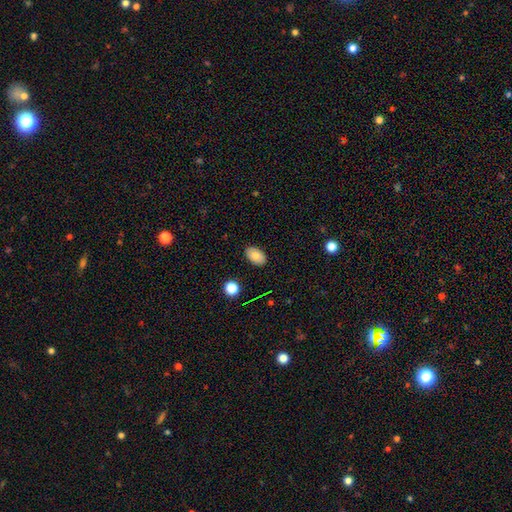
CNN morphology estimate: type=smooth (82%); roundness=in between (91%); merging=none (88%).